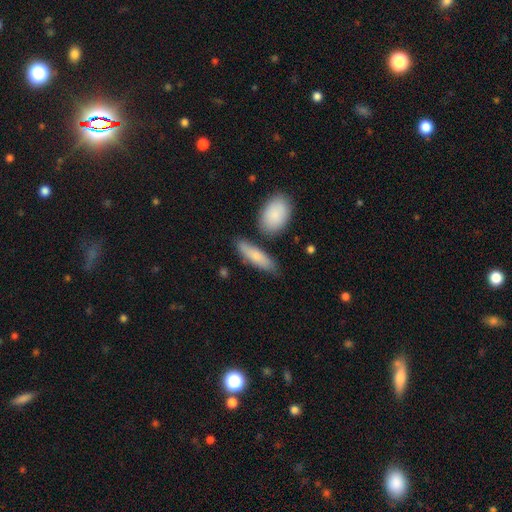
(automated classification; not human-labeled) Smooth or featured? Predicted: smooth (p=0.78). How rounded? Predicted: cigar-shaped (p=0.54). Merging? Predicted: none (p=0.74).